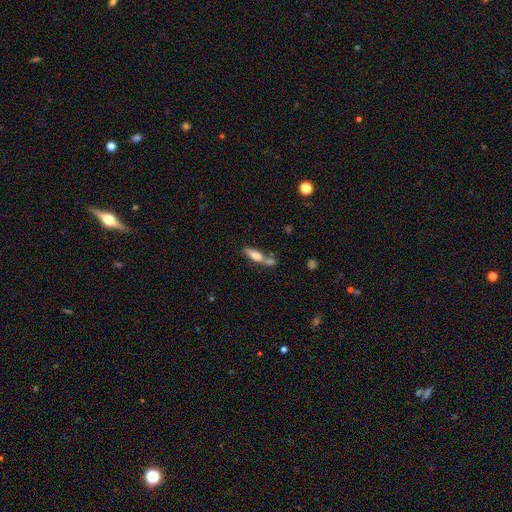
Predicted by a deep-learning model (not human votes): A smooth galaxy with no disk features (65%) that is cigar-shaped (62%).

Vote fractions:
- Smooth or featured? smooth: 65% / featured or disk: 28% / star or artifact: 7%
- How rounded? cigar-shaped: 62% / in between: 36% / round: 3%
- Merging? none: 44% / merger: 35% / minor disturbance: 15% / major disturbance: 6%